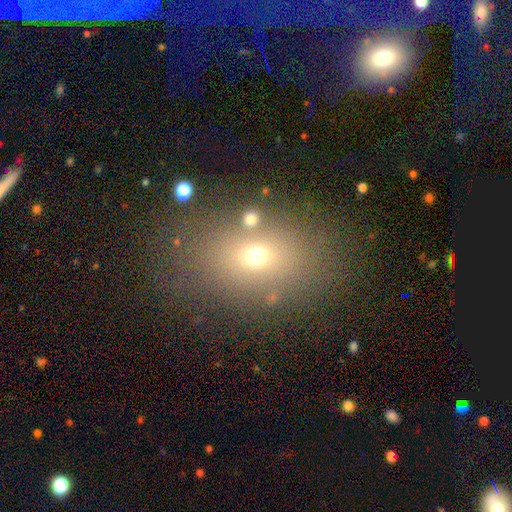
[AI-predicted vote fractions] Morphology: type=smooth (64%); roundness=in between (69%); merging=none (71%).